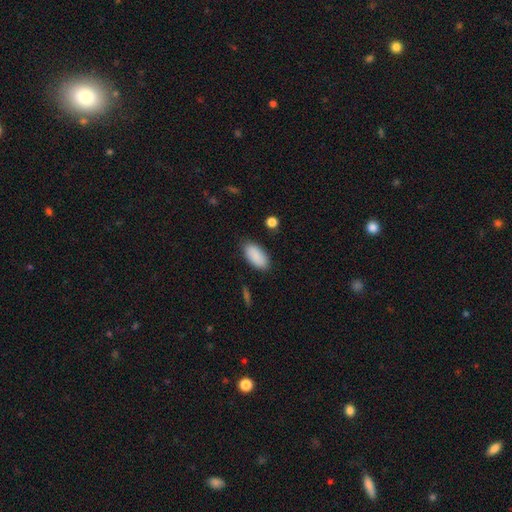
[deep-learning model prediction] smooth-or-featured: smooth: 90% | star or artifact: 6% | featured or disk: 4%
  how-rounded: in between: 93% | cigar-shaped: 5% | round: 2%
  merging: none: 84% | minor disturbance: 11% | major disturbance: 3% | merger: 2%